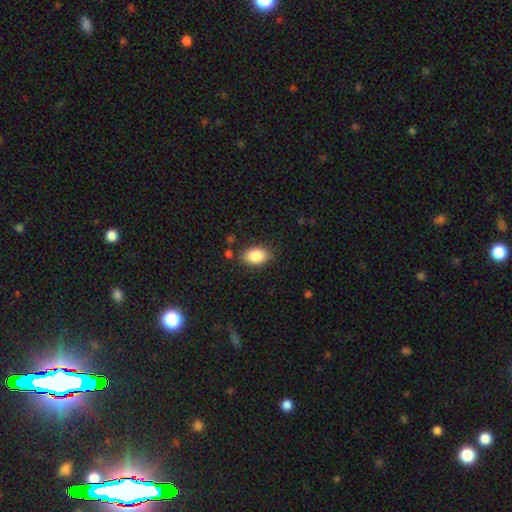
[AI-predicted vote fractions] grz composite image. It shows a smooth galaxy with no disk features (87%) that is in between round and cigar-shaped (87%). Merging: none (82%).